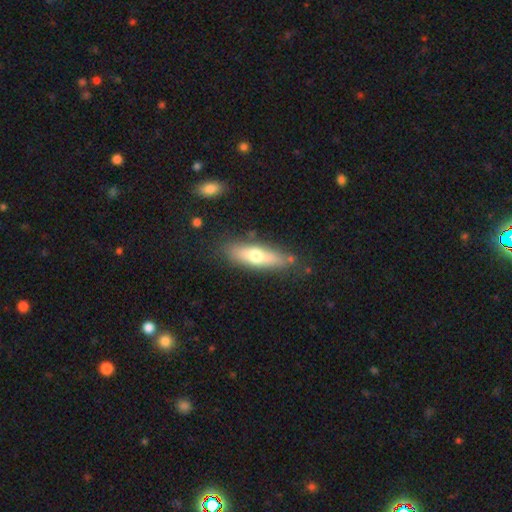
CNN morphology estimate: Smooth or featured? Predicted: smooth (p=0.58). How rounded? Predicted: cigar-shaped (p=0.52). Merging? Predicted: none (p=0.77).